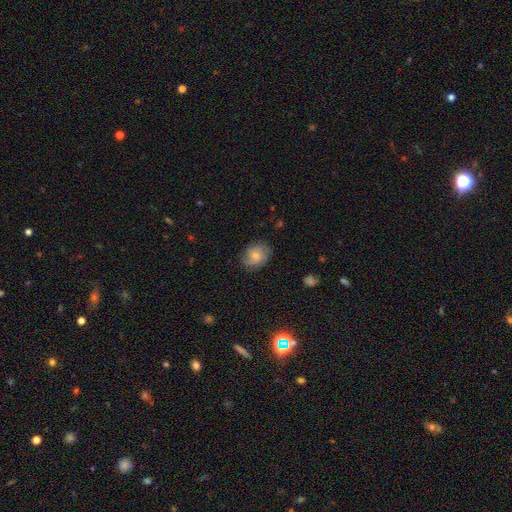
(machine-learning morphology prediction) smooth-or-featured: featured or disk: 48% | smooth: 44% | star or artifact: 9%
  merging: none: 72% | minor disturbance: 20% | major disturbance: 6% | merger: 1%